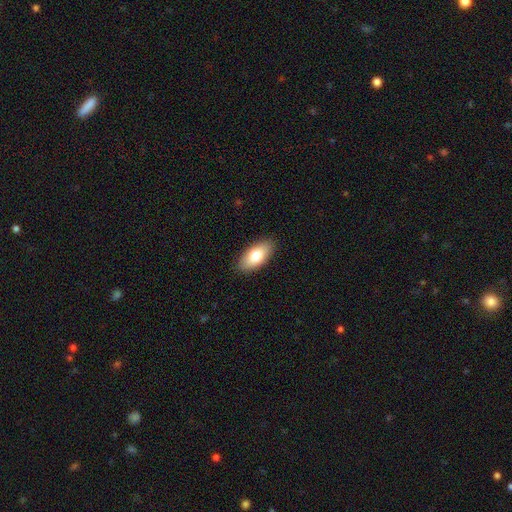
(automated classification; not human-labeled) Q: Smooth or featured?
A: smooth (79%); runner-up: featured or disk (14%)
Q: How rounded?
A: in between (91%); runner-up: cigar-shaped (7%)
Q: Merging?
A: none (89%); runner-up: minor disturbance (8%)